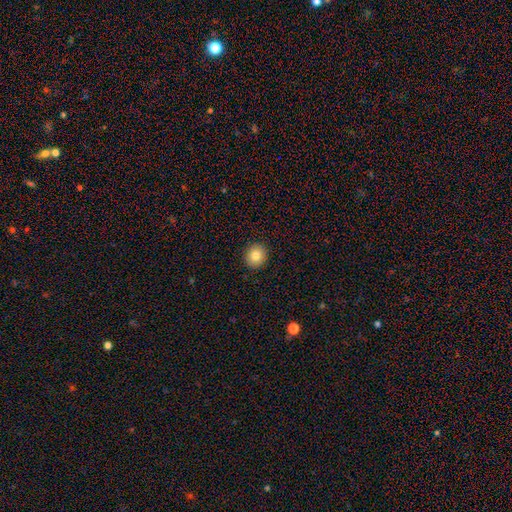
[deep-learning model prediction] Smooth or featured?
  - smooth: 83% *
  - star or artifact: 10%
  - featured or disk: 8%
How rounded?
  - round: 83% *
  - in between: 16%
  - cigar-shaped: 1%
Merging?
  - none: 92% *
  - minor disturbance: 5%
  - major disturbance: 2%
  - merger: 1%